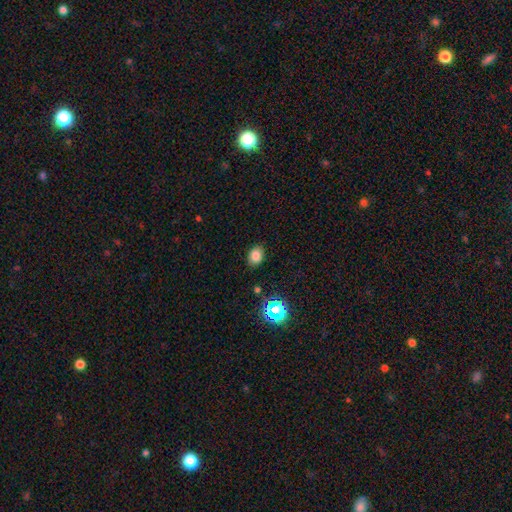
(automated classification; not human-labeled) smooth_or_featured: smooth (p=0.78) [alt: star or artifact p=0.15]
how_rounded: in between (p=0.70) [alt: round p=0.29]
merging: none (p=0.86) [alt: minor disturbance p=0.10]